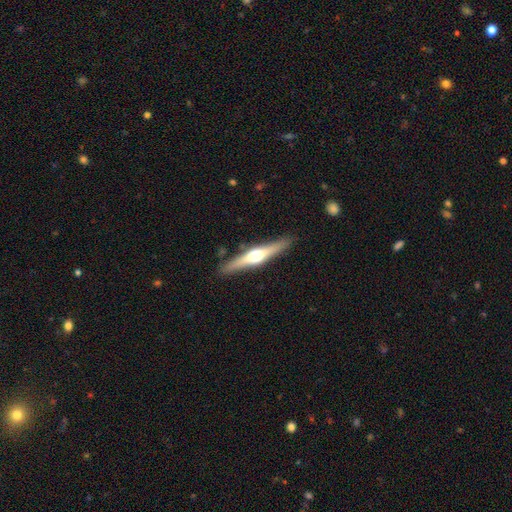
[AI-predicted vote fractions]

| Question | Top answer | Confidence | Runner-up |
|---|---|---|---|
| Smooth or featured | featured or disk | 70% | smooth (25%) |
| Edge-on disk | yes | 97% | no (3%) |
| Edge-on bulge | rounded | 94% | boxy (3%) |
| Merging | none | 89% | minor disturbance (8%) |